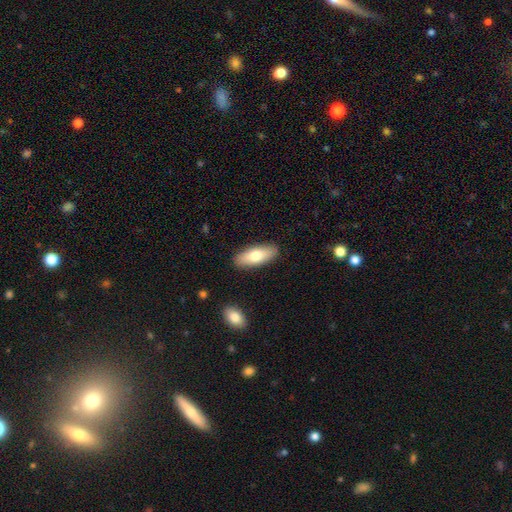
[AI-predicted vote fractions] smooth_or_featured: smooth (p=0.74) [alt: featured or disk p=0.20]
how_rounded: in between (p=0.75) [alt: cigar-shaped p=0.23]
merging: none (p=0.88) [alt: minor disturbance p=0.09]